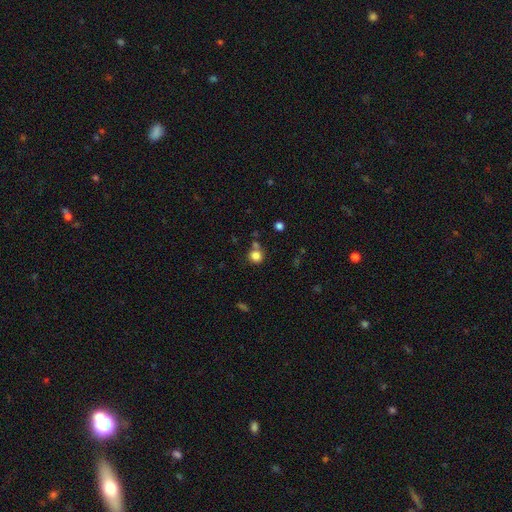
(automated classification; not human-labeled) smooth-or-featured: smooth: 83% | star or artifact: 12% | featured or disk: 5%
  how-rounded: round: 87% | in between: 12% | cigar-shaped: 1%
  merging: none: 65% | merger: 18% | minor disturbance: 12% | major disturbance: 5%